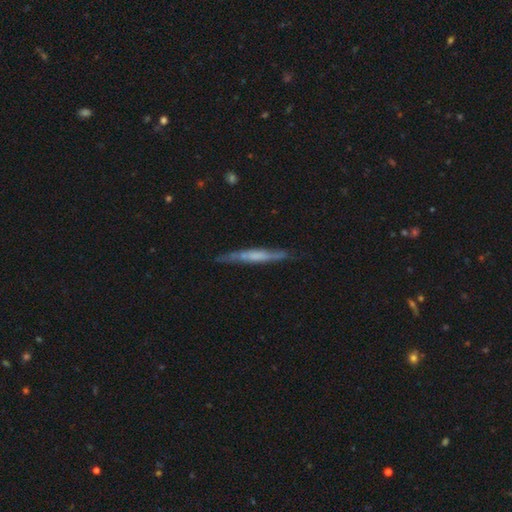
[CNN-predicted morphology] This appears to be a featured or disk galaxy (58%) viewed edge-on (88%) with no central bulge (52%). Merging: none (77%).